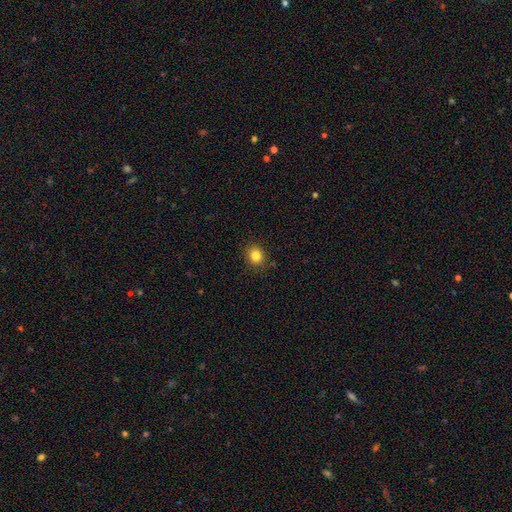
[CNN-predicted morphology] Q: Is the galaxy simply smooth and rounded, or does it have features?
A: smooth — 83%.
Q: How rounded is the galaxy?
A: round — 79%.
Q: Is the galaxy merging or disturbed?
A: none — 89%.